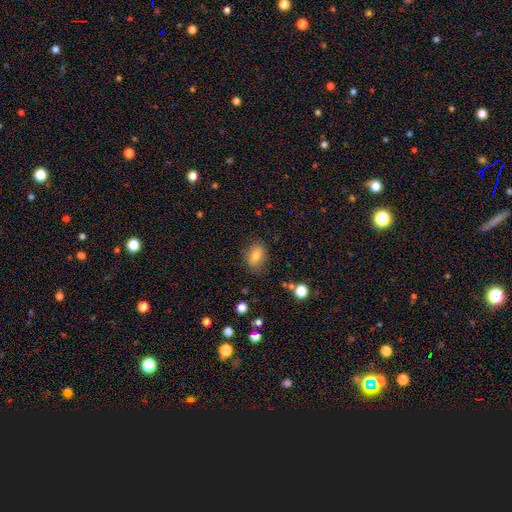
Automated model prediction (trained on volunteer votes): Smooth or featured?
  - smooth: 76% *
  - featured or disk: 14%
  - star or artifact: 10%
How rounded?
  - in between: 68% *
  - round: 30%
  - cigar-shaped: 1%
Merging?
  - none: 83% *
  - minor disturbance: 13%
  - major disturbance: 3%
  - merger: 2%